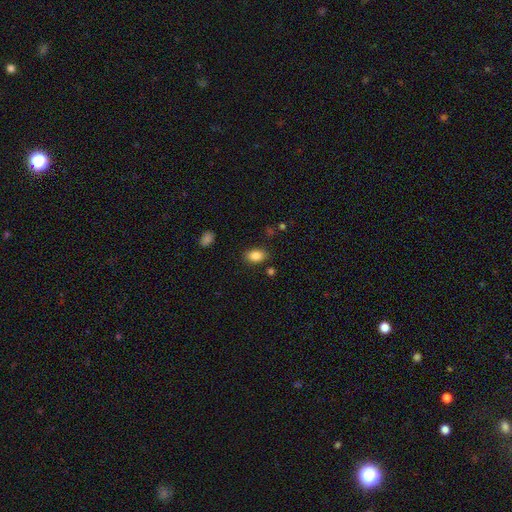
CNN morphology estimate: Q: Smooth or featured?
A: smooth (85%); runner-up: star or artifact (9%)
Q: How rounded?
A: in between (80%); runner-up: round (19%)
Q: Merging?
A: none (83%); runner-up: minor disturbance (11%)